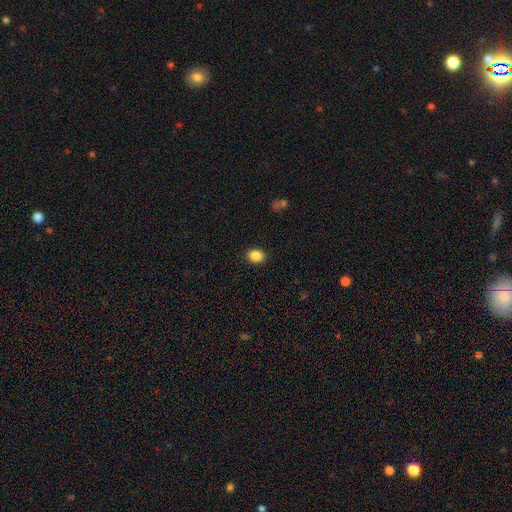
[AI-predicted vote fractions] smooth-or-featured: smooth: 88% | star or artifact: 9% | featured or disk: 4%
  how-rounded: in between: 63% | round: 36% | cigar-shaped: 1%
  merging: none: 89% | minor disturbance: 8% | major disturbance: 2% | merger: 1%